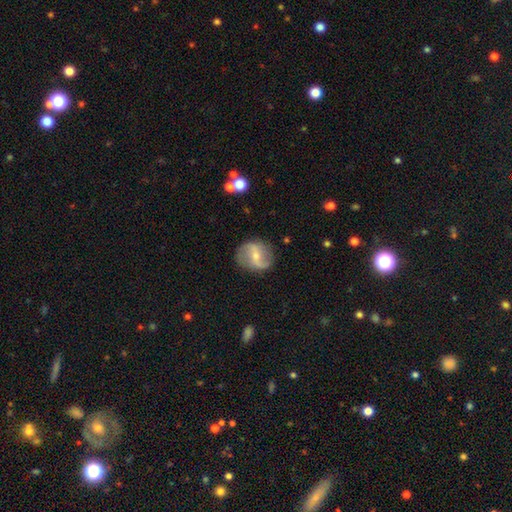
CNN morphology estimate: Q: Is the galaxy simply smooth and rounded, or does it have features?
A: featured or disk — 70%.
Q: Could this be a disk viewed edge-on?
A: no — 96%.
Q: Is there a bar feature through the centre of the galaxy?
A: weak — 43%.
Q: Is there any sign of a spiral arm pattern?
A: yes — 84%.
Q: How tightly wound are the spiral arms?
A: loose — 64%.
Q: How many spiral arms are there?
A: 2 — 87%.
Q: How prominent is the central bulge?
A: small — 56%.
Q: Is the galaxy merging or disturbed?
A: none — 78%.